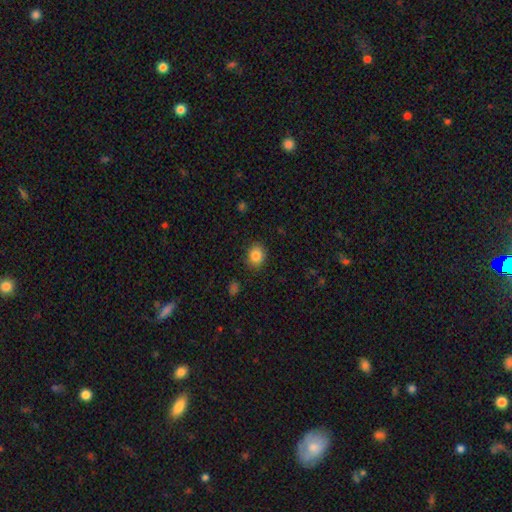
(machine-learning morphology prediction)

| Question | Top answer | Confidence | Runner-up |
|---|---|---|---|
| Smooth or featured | smooth | 85% | star or artifact (9%) |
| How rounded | round | 59% | in between (40%) |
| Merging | none | 88% | minor disturbance (9%) |